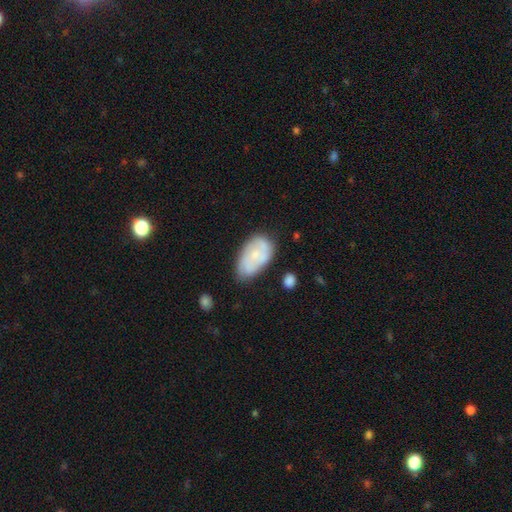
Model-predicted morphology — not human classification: type=smooth (51%); roundness=in between (92%); merging=none (54%).